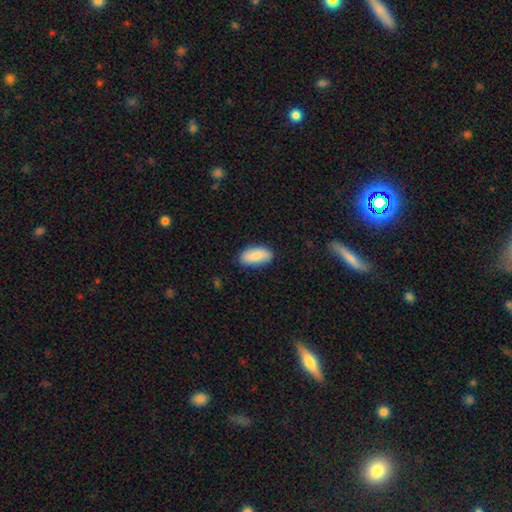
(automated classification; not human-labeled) This appears to be a smooth galaxy with no disk features (83%) that is in between round and cigar-shaped (92%). Merging: none (83%).